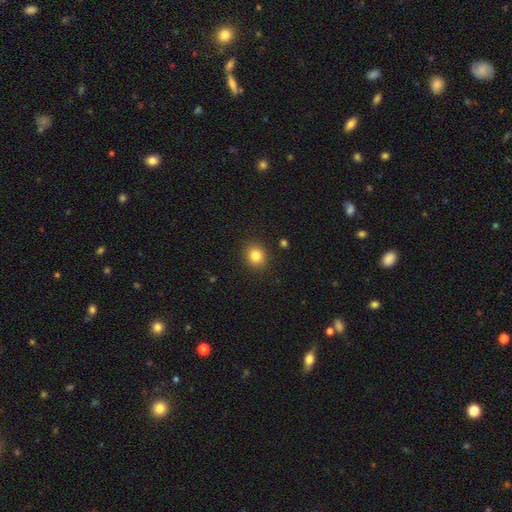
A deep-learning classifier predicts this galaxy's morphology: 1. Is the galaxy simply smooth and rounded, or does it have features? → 83% smooth, 11% star or artifact, 6% featured or disk.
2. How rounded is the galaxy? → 75% round, 24% in between, 1% cigar-shaped.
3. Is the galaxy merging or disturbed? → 89% none, 7% minor disturbance, 2% major disturbance, 1% merger.